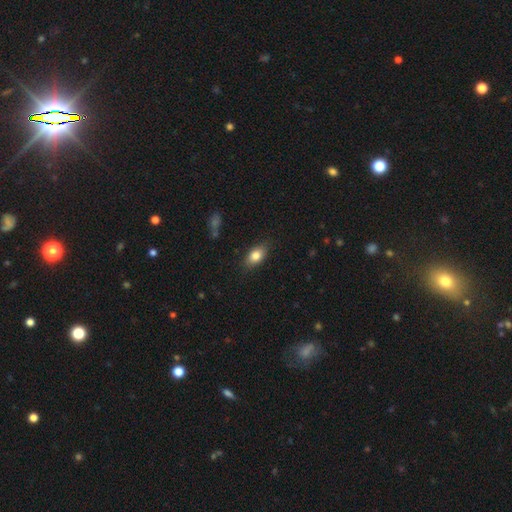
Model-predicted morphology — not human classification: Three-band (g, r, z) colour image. It shows a smooth galaxy with no disk features (82%) that is in between round and cigar-shaped (86%). Merging: none (83%).